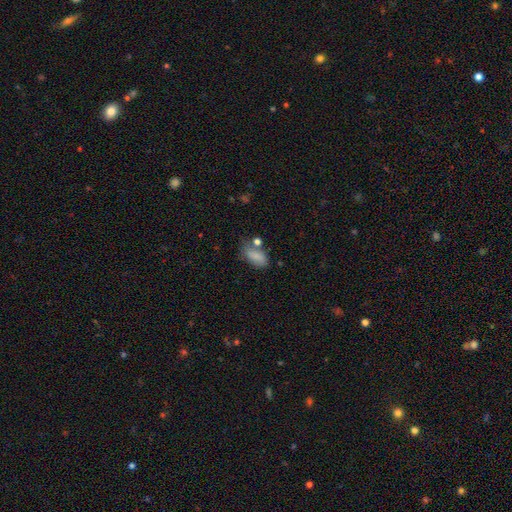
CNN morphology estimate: Overall: smooth (82%). How rounded: in between (89%). Merging: none (50%; minor disturbance 25%).